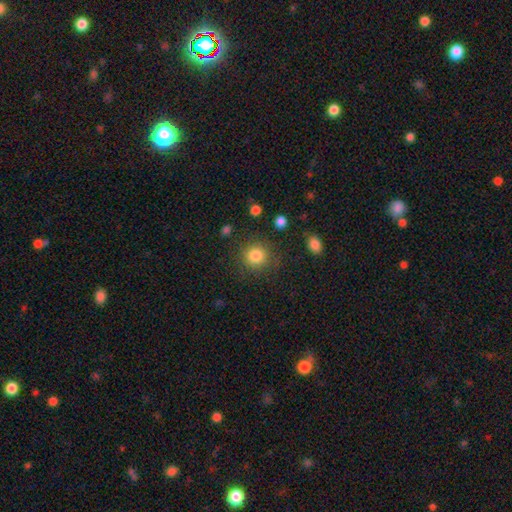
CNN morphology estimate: A smooth galaxy with no disk features (83%) that is round (91%). Merging: none (85%).